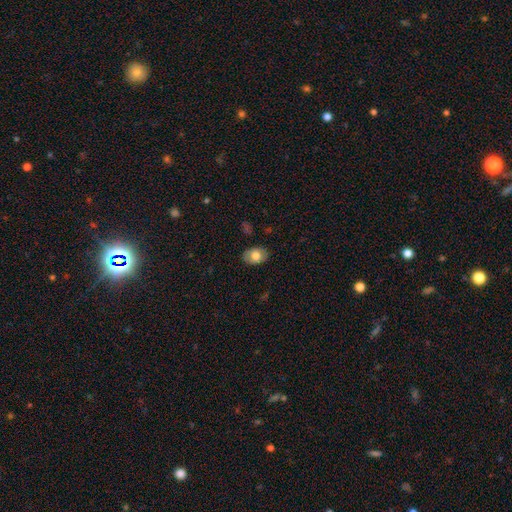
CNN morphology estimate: smooth-or-featured: smooth: 71% | featured or disk: 22% | star or artifact: 7%
  how-rounded: in between: 79% | round: 20% | cigar-shaped: 1%
  merging: none: 84% | minor disturbance: 12% | major disturbance: 3% | merger: 1%